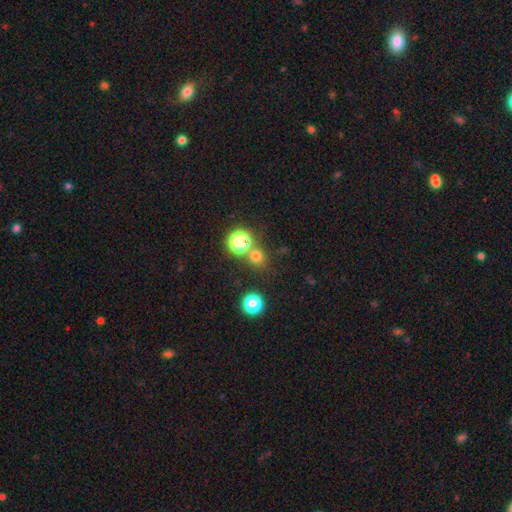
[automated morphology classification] smooth 66%, star or artifact 27%, featured or disk 7%. Down the decision tree: how rounded — round (88%); merging — none (71%).